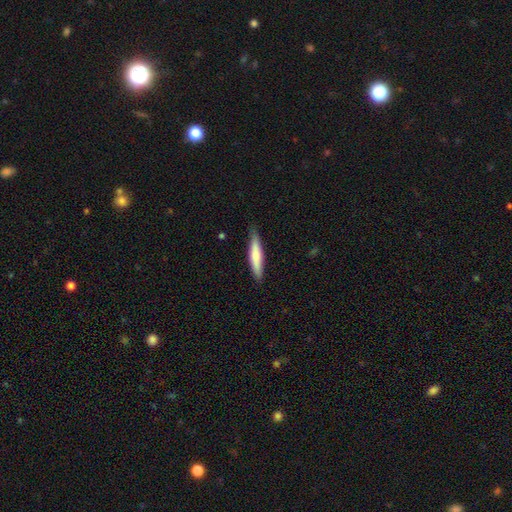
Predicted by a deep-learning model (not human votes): Morphology: type=smooth (69%); roundness=cigar-shaped (85%); merging=none (85%).